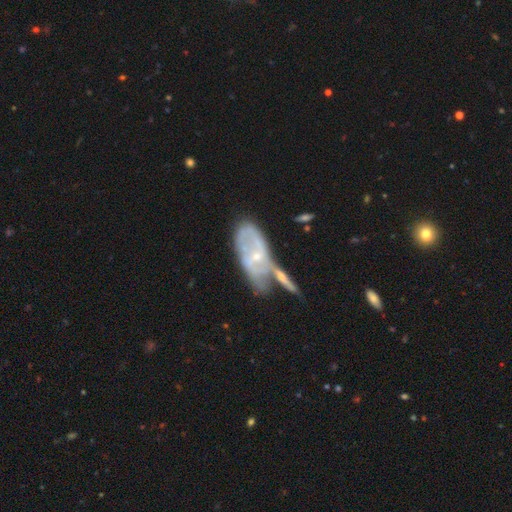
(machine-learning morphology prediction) This is likely a featured or disk galaxy (70%). It is clearly not viewed edge-on (89%). Bar: likely no (60%). Spiral arm pattern: possibly yes (59%). Central bulge: likely small (70%). Merging: marginally merger (44%).